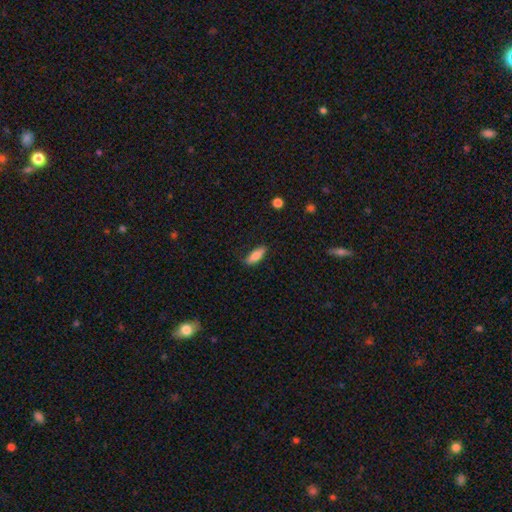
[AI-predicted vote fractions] A smooth galaxy with no disk features (79%) that is in between round and cigar-shaped (63%).

Vote fractions:
- Smooth or featured? smooth: 79% / featured or disk: 14% / star or artifact: 6%
- How rounded? in between: 63% / cigar-shaped: 35% / round: 2%
- Merging? none: 79% / minor disturbance: 16% / major disturbance: 3% / merger: 1%